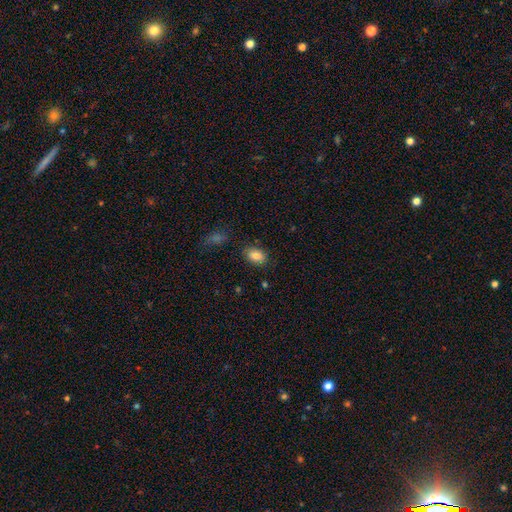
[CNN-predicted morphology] smooth_or_featured: smooth (p=0.85) [alt: star or artifact p=0.08]
how_rounded: in between (p=0.88) [alt: round p=0.11]
merging: none (p=0.83) [alt: minor disturbance p=0.12]